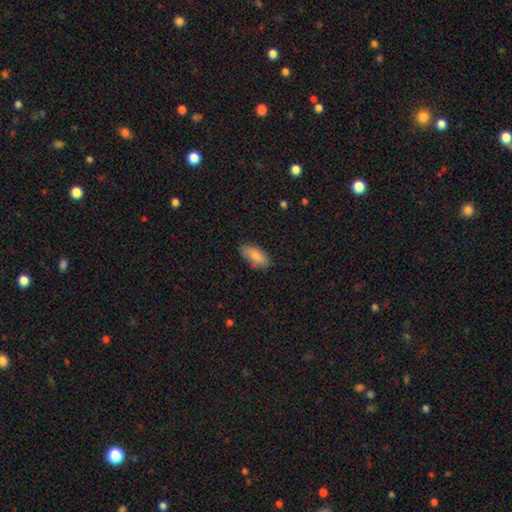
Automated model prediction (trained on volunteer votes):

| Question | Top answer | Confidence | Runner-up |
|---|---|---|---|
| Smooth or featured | smooth | 85% | featured or disk (9%) |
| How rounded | in between | 89% | cigar-shaped (9%) |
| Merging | none | 81% | minor disturbance (15%) |